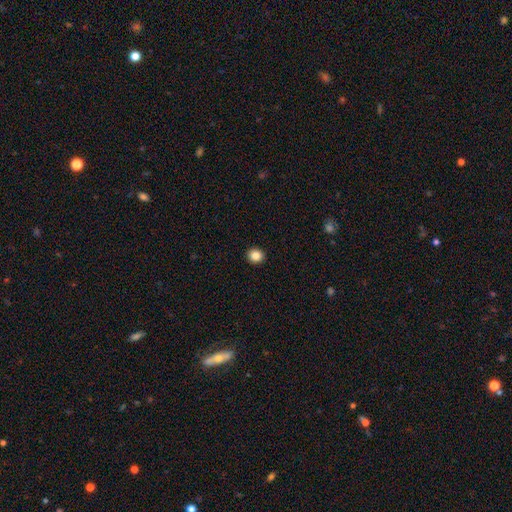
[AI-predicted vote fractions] Q: Smooth or featured?
A: smooth (85%); runner-up: star or artifact (10%)
Q: How rounded?
A: round (88%); runner-up: in between (11%)
Q: Merging?
A: none (93%); runner-up: minor disturbance (4%)